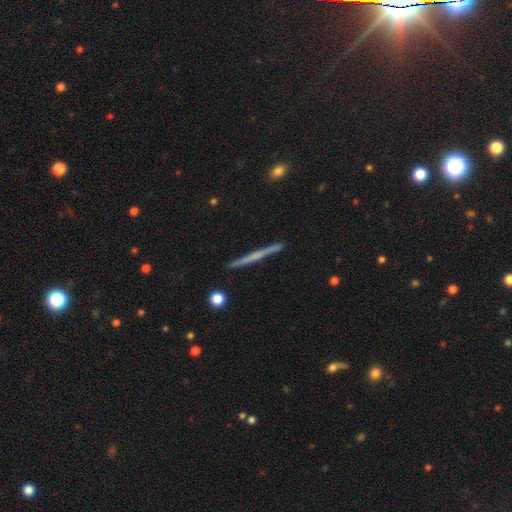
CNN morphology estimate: Smooth or featured? Predicted: featured or disk (p=0.61). Edge-on disk? Predicted: yes (p=0.98). Edge-on bulge? Predicted: none (p=0.73). Merging? Predicted: none (p=0.91).